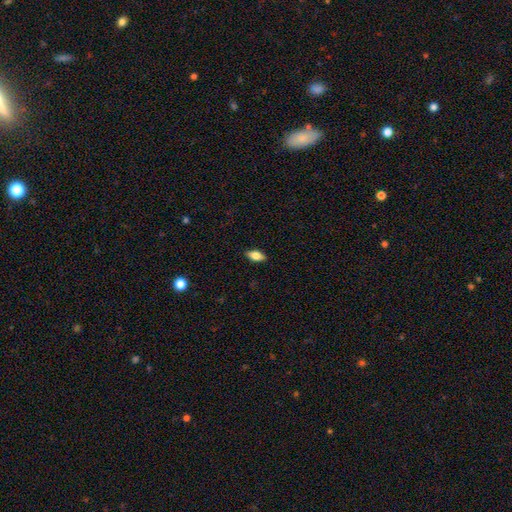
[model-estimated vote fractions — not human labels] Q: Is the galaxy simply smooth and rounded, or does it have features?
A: smooth — 74%.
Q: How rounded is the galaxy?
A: in between — 86%.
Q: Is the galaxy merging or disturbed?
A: none — 88%.